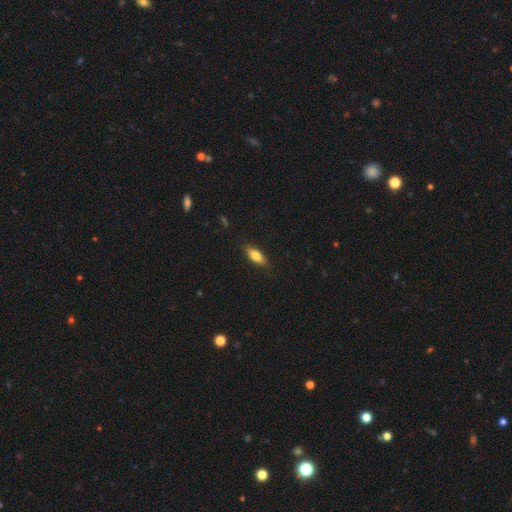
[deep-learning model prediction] smooth-or-featured: smooth: 79% | featured or disk: 15% | star or artifact: 7%
  how-rounded: in between: 76% | cigar-shaped: 22% | round: 3%
  merging: none: 85% | minor disturbance: 11% | major disturbance: 2% | merger: 1%